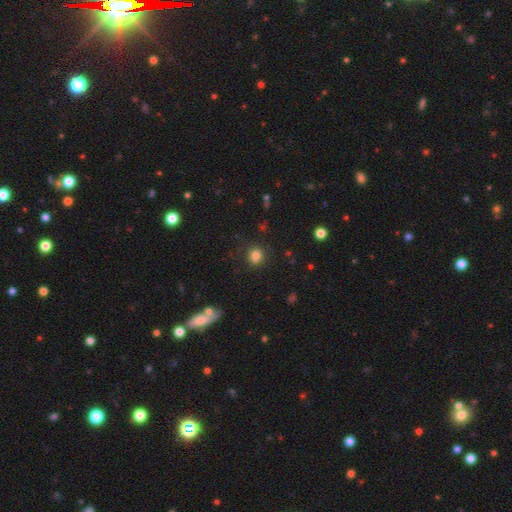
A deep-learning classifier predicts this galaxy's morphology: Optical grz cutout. It shows a smooth galaxy with no disk features (80%) that is round (80%). Merging: none (79%).